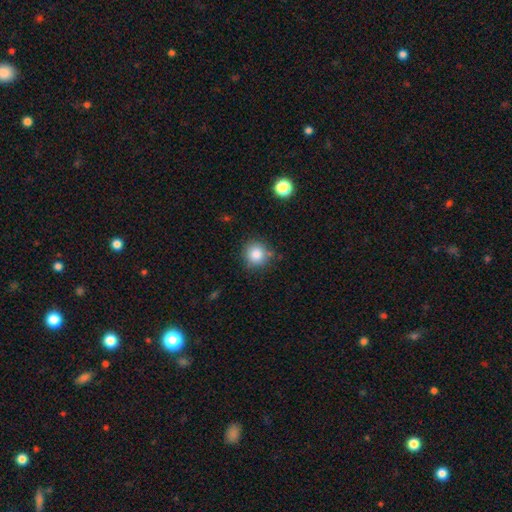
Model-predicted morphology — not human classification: A smooth galaxy with no disk features (84%) that is round (91%).

Vote fractions:
- Smooth or featured? smooth: 84% / star or artifact: 11% / featured or disk: 6%
- How rounded? round: 91% / in between: 8% / cigar-shaped: 1%
- Merging? none: 81% / minor disturbance: 12% / merger: 4% / major disturbance: 3%